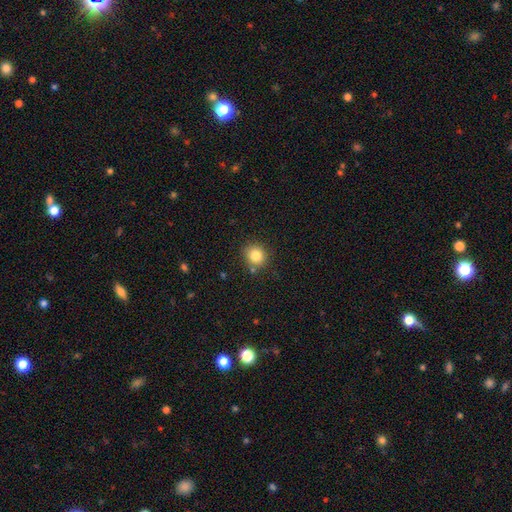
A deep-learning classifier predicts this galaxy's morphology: Smooth or featured?
  - smooth: 83% *
  - star or artifact: 11%
  - featured or disk: 6%
How rounded?
  - round: 84% *
  - in between: 15%
  - cigar-shaped: 1%
Merging?
  - none: 82% *
  - minor disturbance: 11%
  - merger: 5%
  - major disturbance: 3%